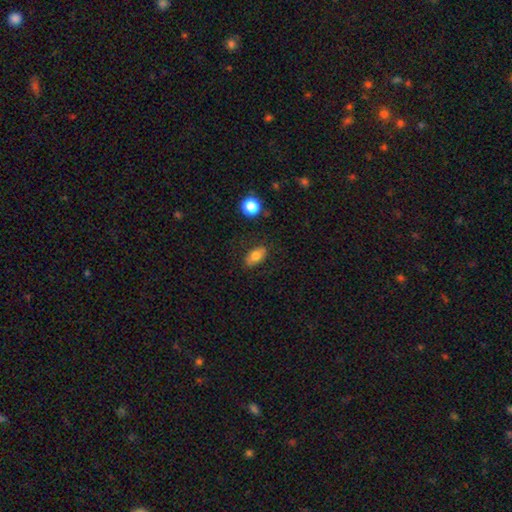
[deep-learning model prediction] Smooth or featured: smooth — 77% (featured or disk — 15%)
How rounded: in between — 86% (round — 8%)
Merging: none — 84% (minor disturbance — 11%)